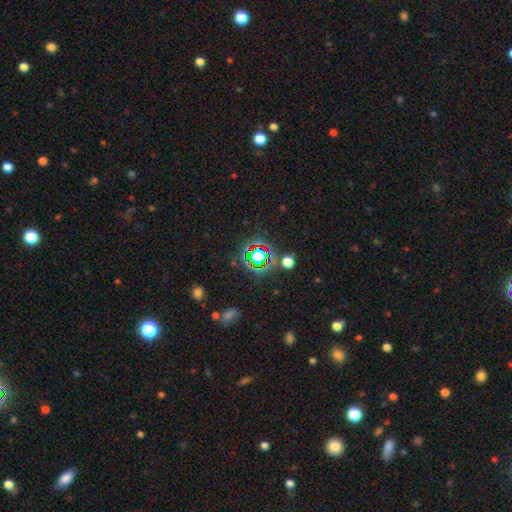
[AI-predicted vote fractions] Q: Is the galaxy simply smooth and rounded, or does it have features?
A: star or artifact — 69%.